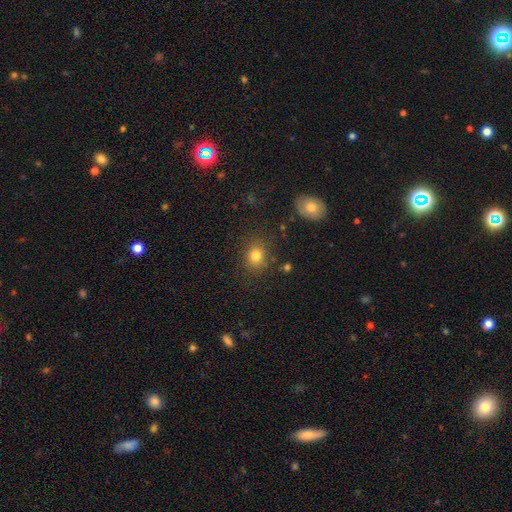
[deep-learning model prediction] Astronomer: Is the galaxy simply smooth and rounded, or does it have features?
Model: smooth — 80%.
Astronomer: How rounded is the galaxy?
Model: round — 65%.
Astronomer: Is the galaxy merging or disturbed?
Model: none — 82%.